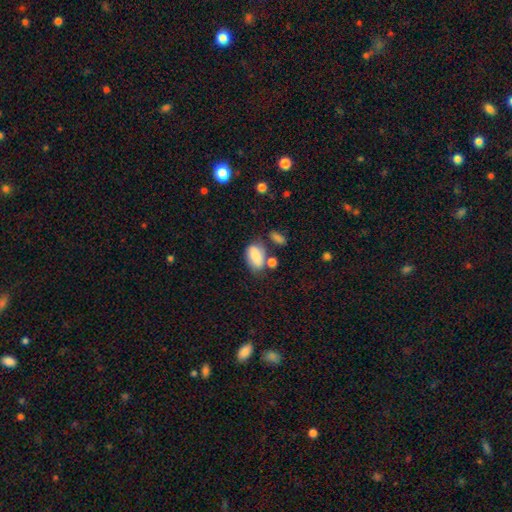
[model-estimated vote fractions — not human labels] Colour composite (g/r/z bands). It shows a smooth galaxy with no disk features (76%) that is in between round and cigar-shaped (90%). Merging: none (44%).